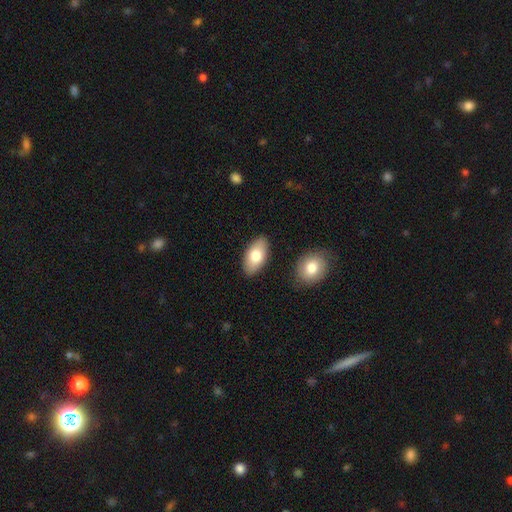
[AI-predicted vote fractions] Smooth or featured? smooth (75%)
How rounded? in between (94%)
Merging? none (86%)